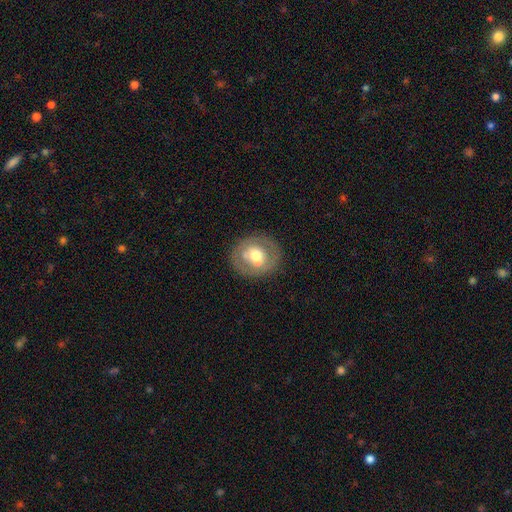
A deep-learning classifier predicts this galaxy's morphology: This is possibly a smooth galaxy (47%). Merging: clearly none (81%).